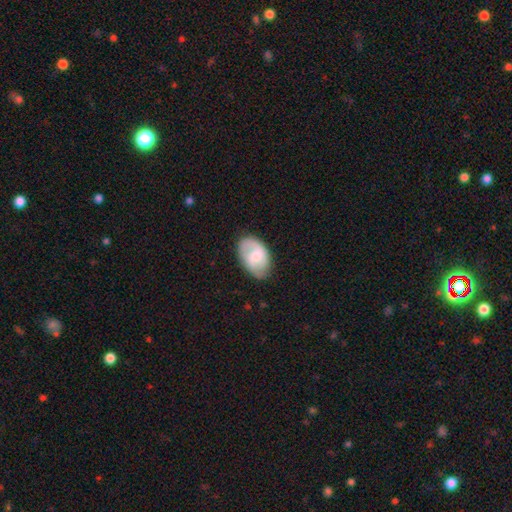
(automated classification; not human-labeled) Overall: smooth (50%; featured or disk 44%). Merging: none (74%).